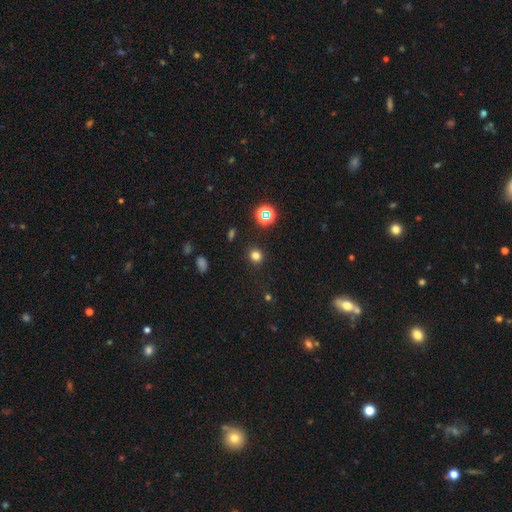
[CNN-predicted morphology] A smooth galaxy with no disk features (76%) that is round (88%). Merging: none (89%).